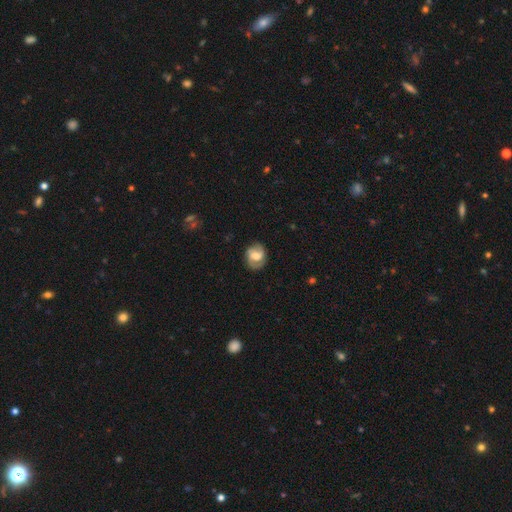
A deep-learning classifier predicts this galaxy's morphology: smooth_or_featured: featured or disk (p=0.67) [alt: smooth p=0.27]
disk_edge_on: no (p=0.97) [alt: yes p=0.03]
bar: weak (p=0.49) [alt: no p=0.32]
has_spiral_arms: yes (p=0.89) [alt: no p=0.11]
spiral_winding: medium (p=0.47) [alt: tight p=0.33]
spiral_arm_count: 2 (p=0.85) [alt: can't tell p=0.07]
bulge_size: moderate (p=0.57) [alt: small p=0.20]
merging: none (p=0.80) [alt: minor disturbance p=0.14]